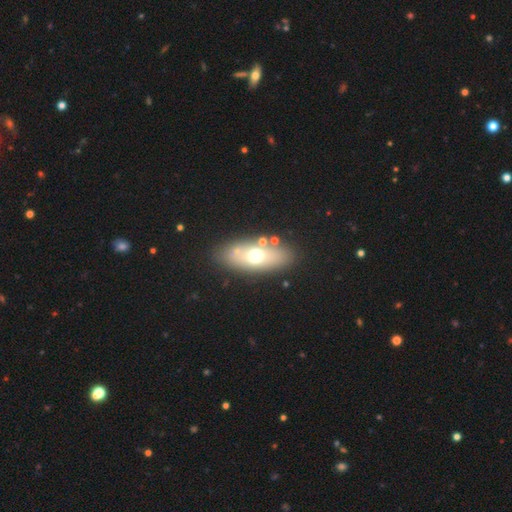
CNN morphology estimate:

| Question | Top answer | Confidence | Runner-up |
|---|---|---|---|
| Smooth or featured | smooth | 57% | featured or disk (33%) |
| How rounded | in between | 78% | cigar-shaped (13%) |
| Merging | none | 79% | minor disturbance (10%) |